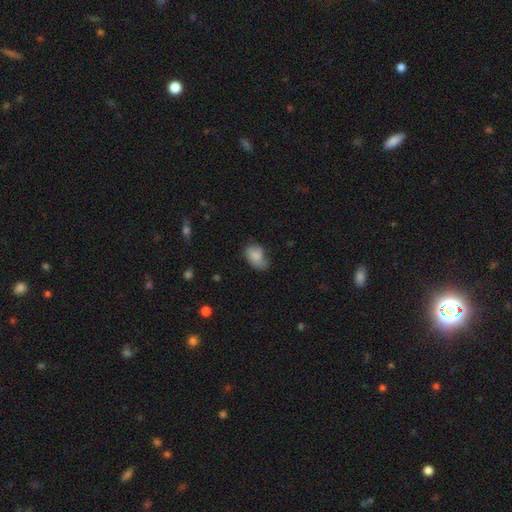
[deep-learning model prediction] A smooth galaxy with no disk features (76%) that is in between round and cigar-shaped (85%). Merging: none (46%).